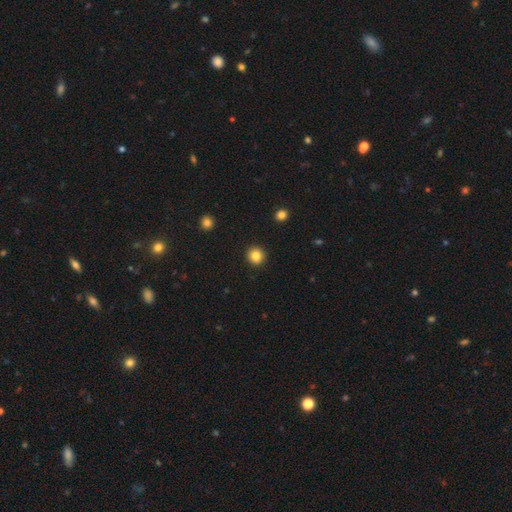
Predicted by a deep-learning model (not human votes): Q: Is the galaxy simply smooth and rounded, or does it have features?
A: smooth — 85%.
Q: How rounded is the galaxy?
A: round — 93%.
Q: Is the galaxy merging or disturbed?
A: none — 93%.